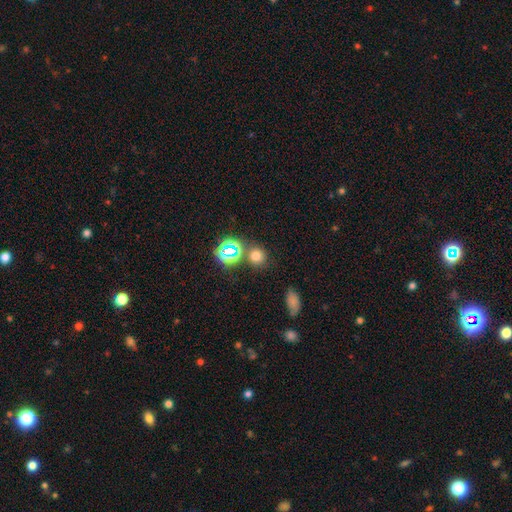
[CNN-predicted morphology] This appears to be a smooth galaxy with no disk features (70%) that is round (85%). Merging: none (76%).